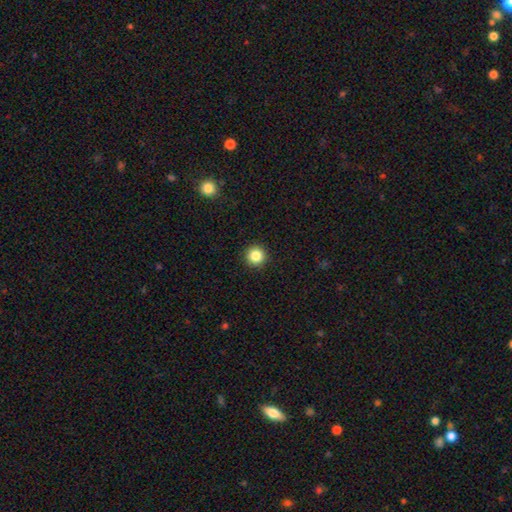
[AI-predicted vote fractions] A smooth galaxy with no disk features (85%) that is round (96%).

Vote fractions:
- Smooth or featured? smooth: 85% / star or artifact: 11% / featured or disk: 4%
- How rounded? round: 96% / in between: 4% / cigar-shaped: 1%
- Merging? none: 93% / minor disturbance: 4% / major disturbance: 2% / merger: 1%